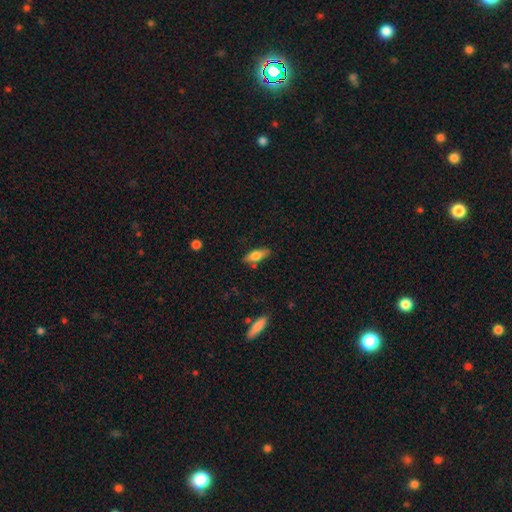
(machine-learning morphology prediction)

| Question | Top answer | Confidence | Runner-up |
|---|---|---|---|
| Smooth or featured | smooth | 68% | featured or disk (25%) |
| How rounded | in between | 62% | cigar-shaped (36%) |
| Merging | none | 80% | minor disturbance (13%) |